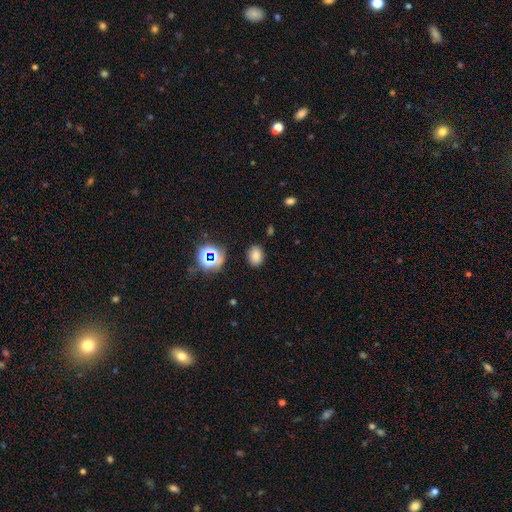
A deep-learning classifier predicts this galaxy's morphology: Q: Smooth or featured?
A: smooth (74%); runner-up: star or artifact (19%)
Q: How rounded?
A: in between (63%); runner-up: round (36%)
Q: Merging?
A: none (85%); runner-up: minor disturbance (10%)